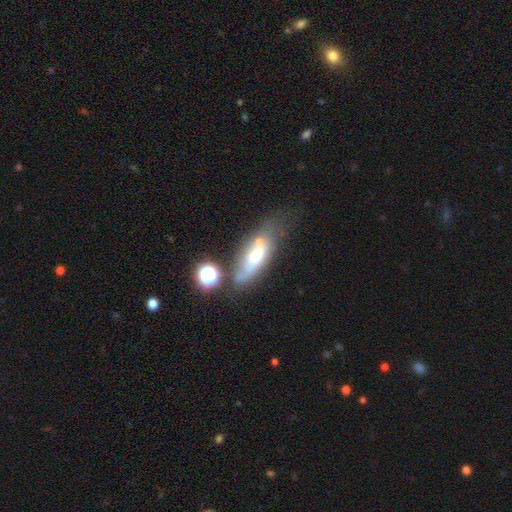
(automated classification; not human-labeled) This is possibly a smooth galaxy (52%). How rounded: likely in between (63%). Merging: marginally none (43%).